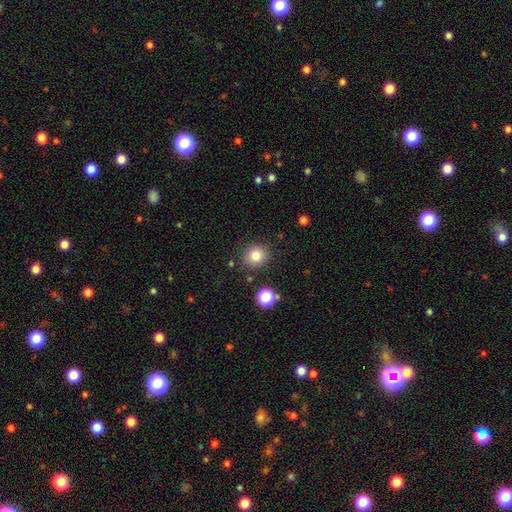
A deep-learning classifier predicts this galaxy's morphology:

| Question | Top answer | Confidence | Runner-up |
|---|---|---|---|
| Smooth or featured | smooth | 82% | star or artifact (12%) |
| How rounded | round | 88% | in between (11%) |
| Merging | none | 86% | minor disturbance (8%) |